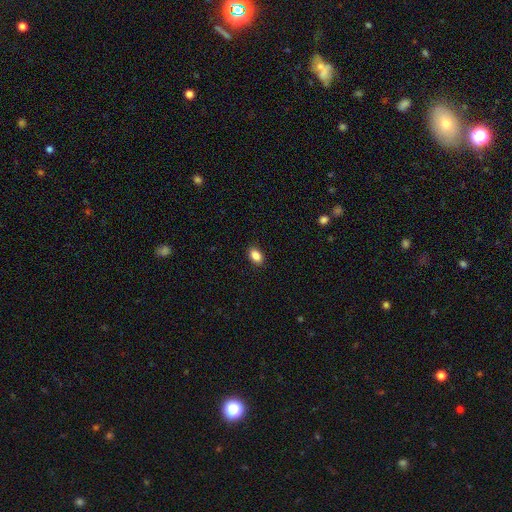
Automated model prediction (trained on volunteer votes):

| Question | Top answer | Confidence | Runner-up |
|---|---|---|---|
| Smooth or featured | smooth | 87% | star or artifact (8%) |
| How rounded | in between | 87% | round (12%) |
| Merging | none | 90% | minor disturbance (8%) |